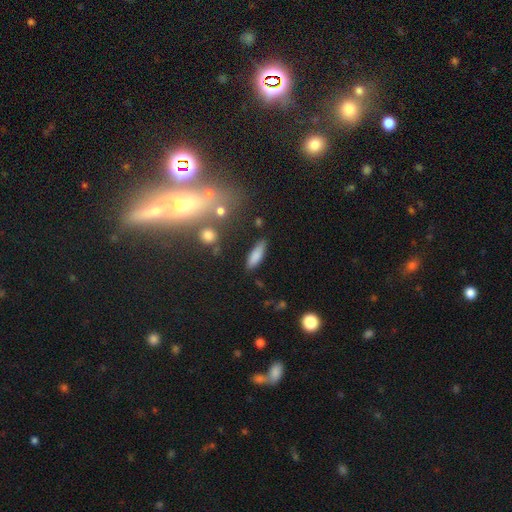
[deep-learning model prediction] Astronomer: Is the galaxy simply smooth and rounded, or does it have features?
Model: smooth — 82%.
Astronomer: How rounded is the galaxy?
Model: in between — 52% (runner-up: cigar-shaped, 46%).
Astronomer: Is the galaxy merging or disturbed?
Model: none — 83%.